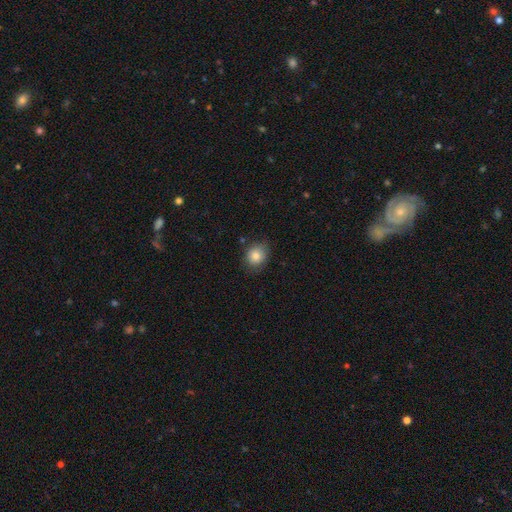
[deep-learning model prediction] Smooth or featured? Predicted: smooth (p=0.82). How rounded? Predicted: round (p=0.67). Merging? Predicted: none (p=0.80).